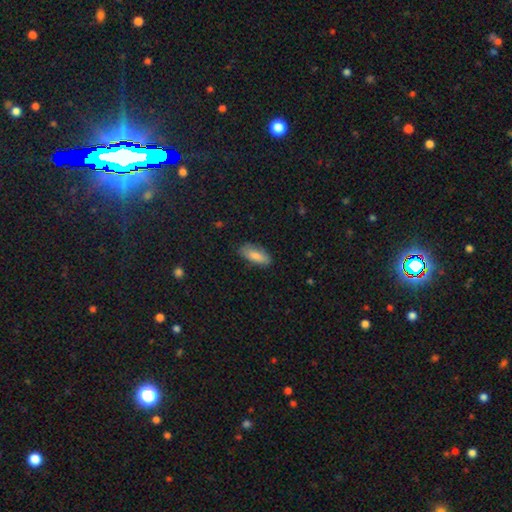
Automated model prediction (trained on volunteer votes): smooth 82%, featured or disk 12%, star or artifact 6%. Down the decision tree: how rounded — in between (84%); merging — none (77%).